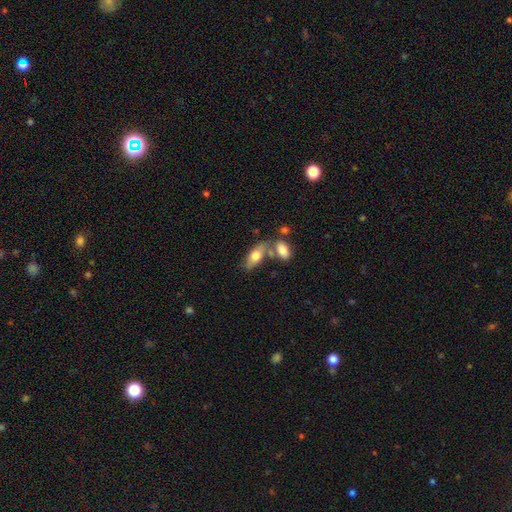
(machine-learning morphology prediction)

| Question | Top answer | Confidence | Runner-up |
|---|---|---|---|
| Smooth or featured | smooth | 70% | featured or disk (24%) |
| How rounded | in between | 84% | cigar-shaped (13%) |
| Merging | none | 53% | merger (29%) |